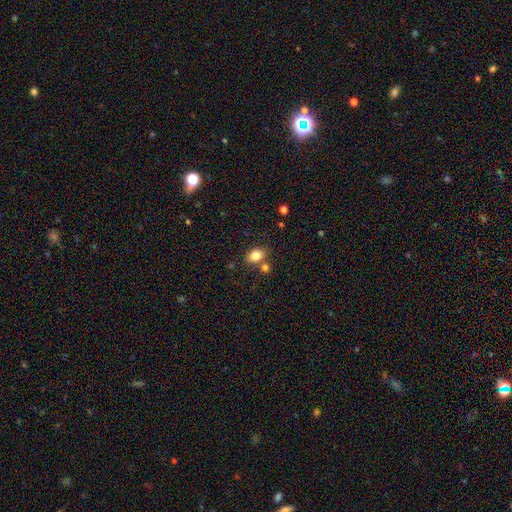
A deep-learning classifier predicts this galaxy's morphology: smooth_or_featured: smooth (p=0.82) [alt: star or artifact p=0.10]
how_rounded: in between (p=0.74) [alt: round p=0.25]
merging: none (p=0.70) [alt: merger p=0.15]